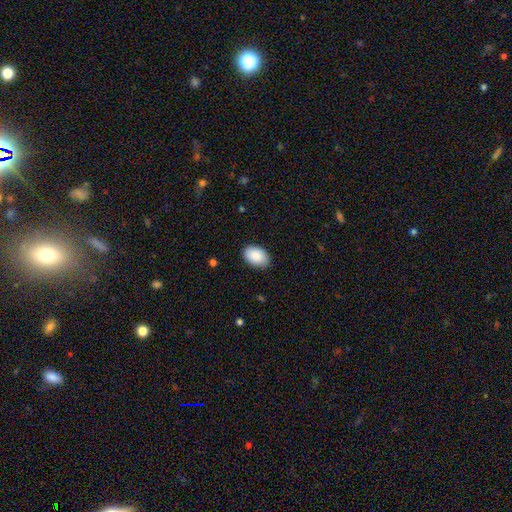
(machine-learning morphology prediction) This appears to be a smooth galaxy with no disk features (89%) that is in between round and cigar-shaped (89%). Merging: none (86%).